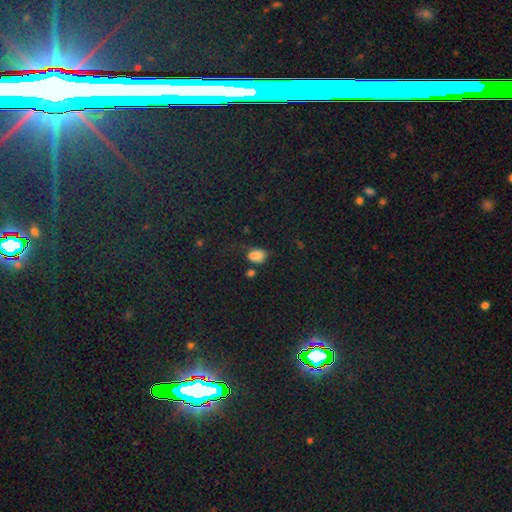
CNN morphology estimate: smooth_or_featured: smooth (p=0.80) [alt: star or artifact p=0.14]
how_rounded: in between (p=0.74) [alt: round p=0.25]
merging: none (p=0.54) [alt: minor disturbance p=0.27]